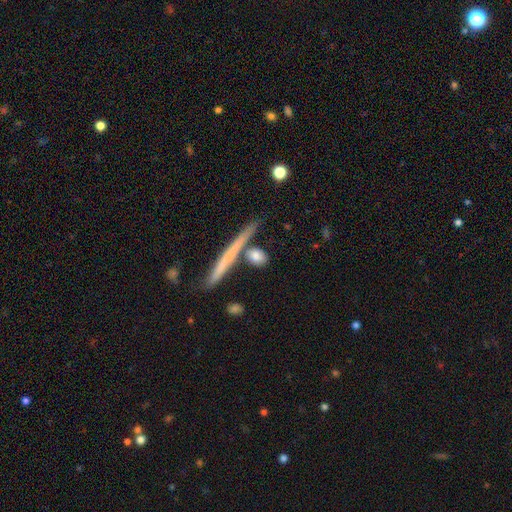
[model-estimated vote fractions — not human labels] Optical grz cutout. It shows a smooth galaxy with no disk features (77%) that is cigar-shaped (36%). Merging: none (72%).